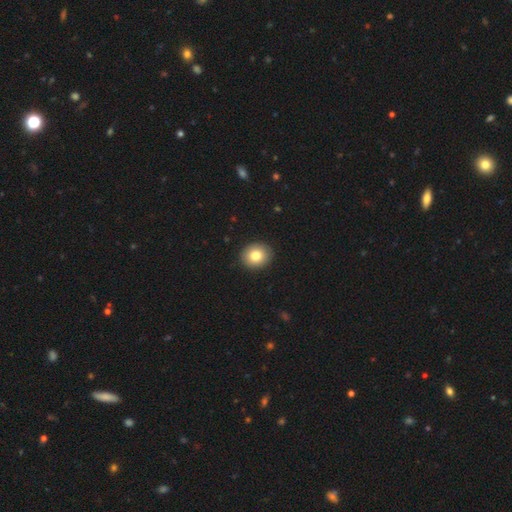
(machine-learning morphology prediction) A smooth galaxy with no disk features (82%) that is round (70%).

Vote fractions:
- Smooth or featured? smooth: 82% / featured or disk: 10% / star or artifact: 9%
- How rounded? round: 70% / in between: 29% / cigar-shaped: 1%
- Merging? none: 91% / minor disturbance: 6% / major disturbance: 2% / merger: 1%